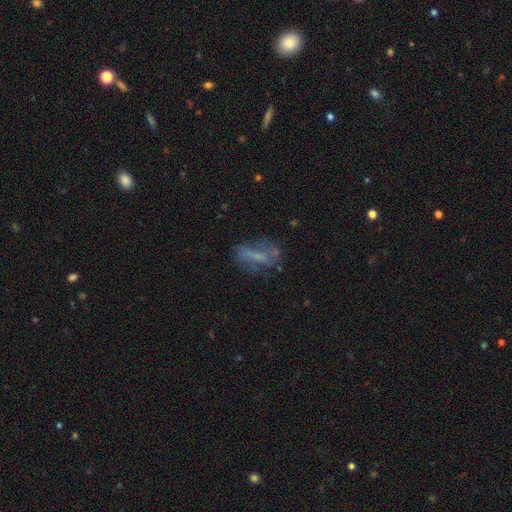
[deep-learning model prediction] featured or disk 47%, smooth 39%, star or artifact 14%. Down the decision tree: merging — none (48%).